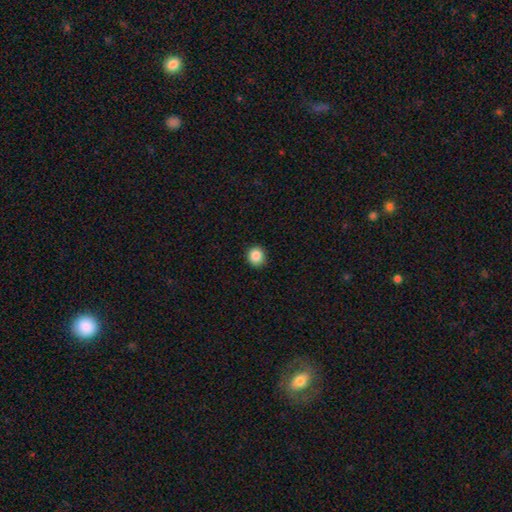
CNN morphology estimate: Smooth or featured? Predicted: smooth (p=0.87). How rounded? Predicted: round (p=0.84). Merging? Predicted: none (p=0.90).